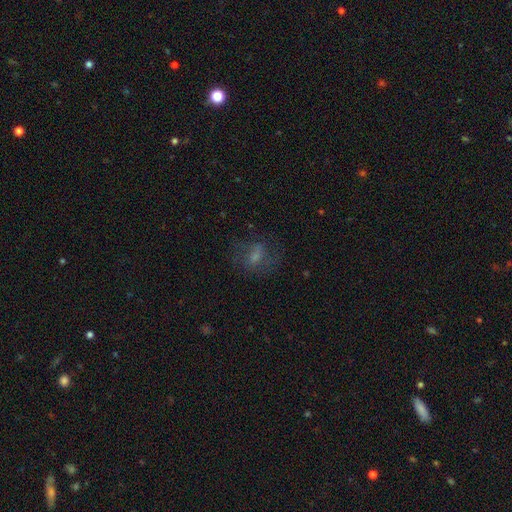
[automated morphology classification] The model was most divided on "smooth or featured": smooth: 47%, featured or disk: 37%, star or artifact: 16%. More confident: merging — none (55%).